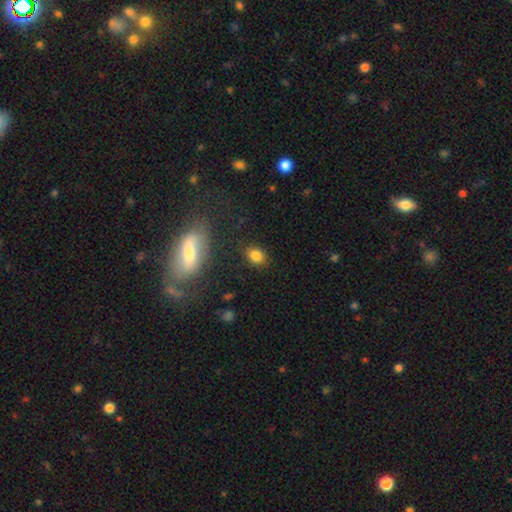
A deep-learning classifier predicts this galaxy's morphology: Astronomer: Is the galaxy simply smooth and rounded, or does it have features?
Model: smooth — 83%.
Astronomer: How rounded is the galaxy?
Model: in between — 68%.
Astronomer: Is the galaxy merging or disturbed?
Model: none — 82%.